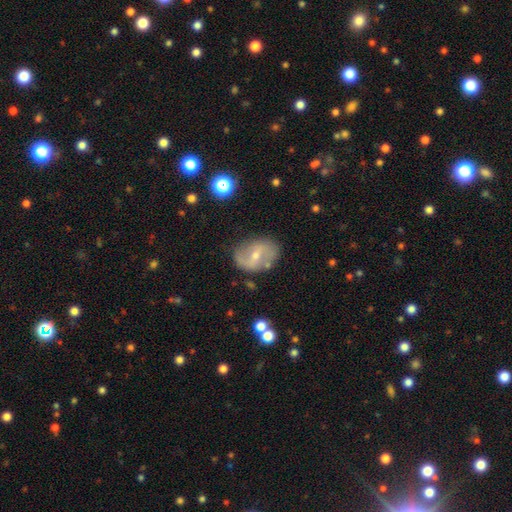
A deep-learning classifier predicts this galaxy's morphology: Smooth or featured? Predicted: featured or disk (p=0.68). Edge-on disk? Predicted: no (p=0.96). Bar? Predicted: weak (p=0.48). Spiral arms? Predicted: yes (p=0.75). Bulge size? Predicted: small (p=0.59). Merging? Predicted: none (p=0.76).